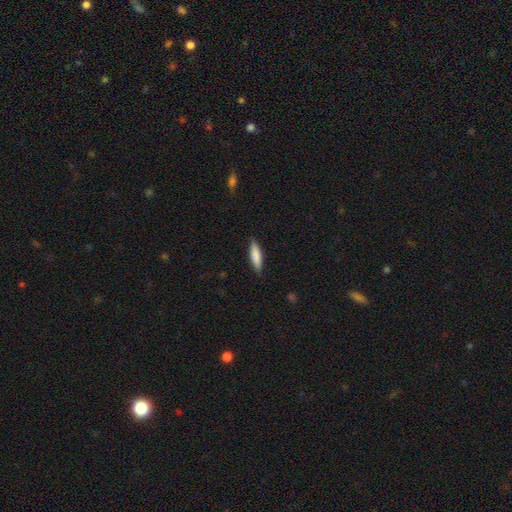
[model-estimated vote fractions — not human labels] smooth-or-featured: smooth: 77% | featured or disk: 17% | star or artifact: 6%
  how-rounded: cigar-shaped: 69% | in between: 29% | round: 2%
  merging: none: 87% | minor disturbance: 10% | major disturbance: 2% | merger: 1%